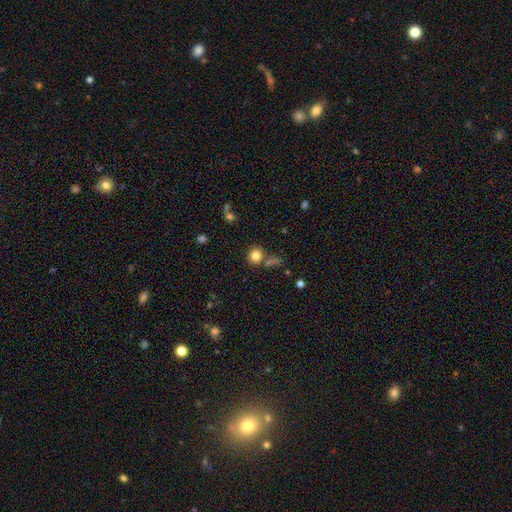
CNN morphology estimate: Smooth or featured?
  - smooth: 81% *
  - star or artifact: 12%
  - featured or disk: 7%
How rounded?
  - round: 89% *
  - in between: 9%
  - cigar-shaped: 1%
Merging?
  - none: 69% *
  - merger: 16%
  - minor disturbance: 10%
  - major disturbance: 5%